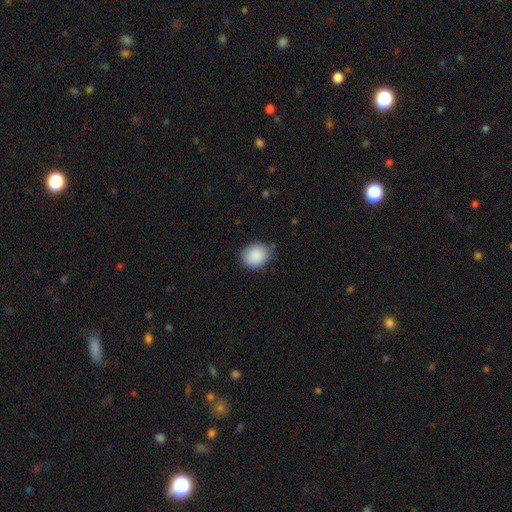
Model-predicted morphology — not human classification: The model was most divided on "how rounded": round: 67%, in between: 32%, cigar-shaped: 1%. More confident: smooth or featured — smooth (89%); merging — none (73%).